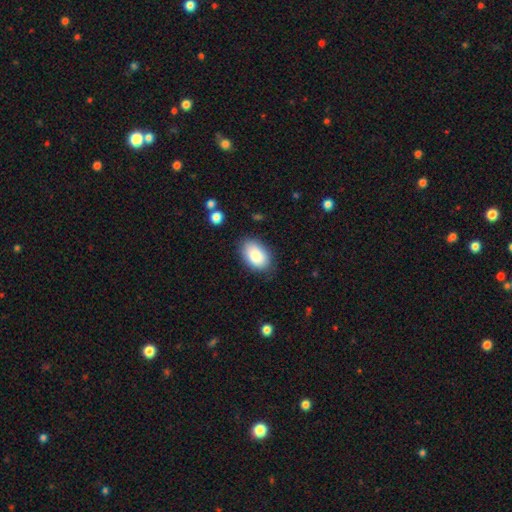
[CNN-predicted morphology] Smooth or featured: smooth — 86% (featured or disk — 7%)
How rounded: in between — 91% (round — 8%)
Merging: none — 82% (minor disturbance — 14%)